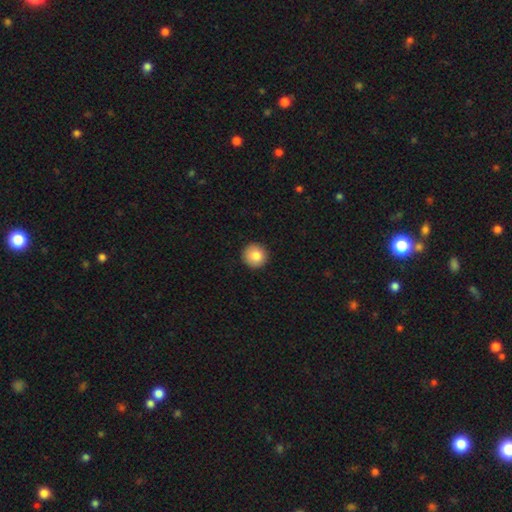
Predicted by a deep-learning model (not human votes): The model was most divided on "smooth or featured": smooth: 84%, star or artifact: 9%, featured or disk: 8%. More confident: how rounded — round (95%); merging — none (92%).